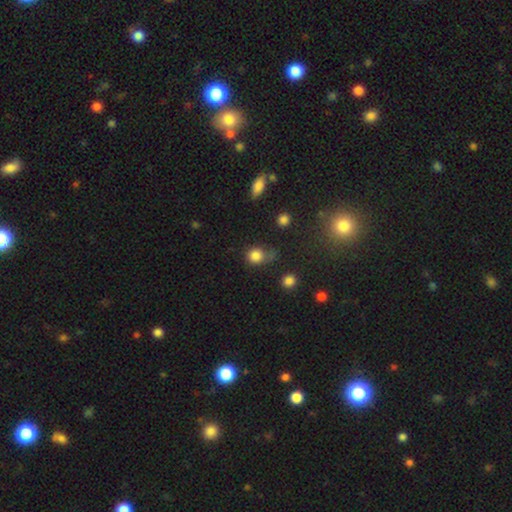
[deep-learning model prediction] Smooth or featured? smooth (82%)
How rounded? round (78%)
Merging? none (54%)